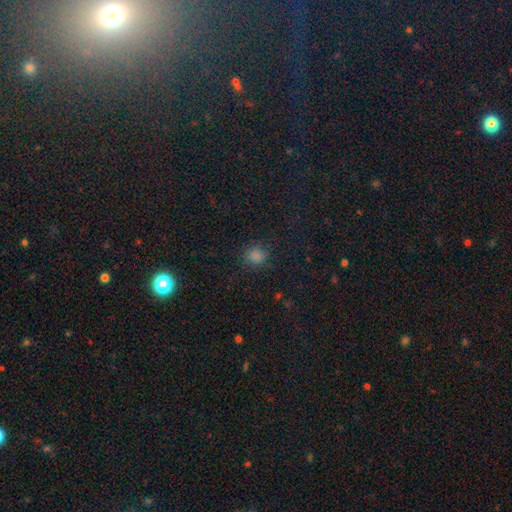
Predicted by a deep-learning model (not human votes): This is likely a smooth galaxy (76%). How rounded: likely round (78%). Merging: clearly none (83%).